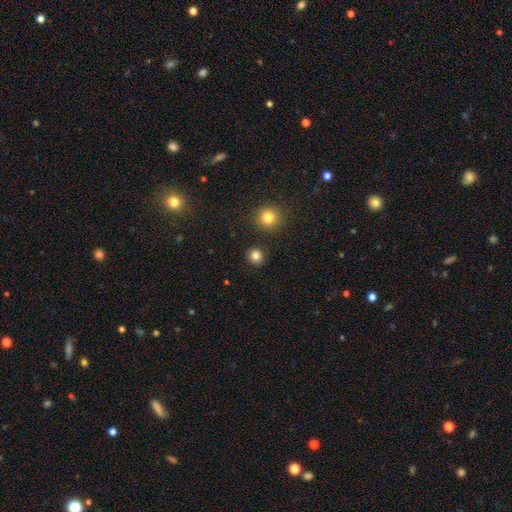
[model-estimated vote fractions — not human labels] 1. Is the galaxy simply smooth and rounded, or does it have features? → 82% smooth, 13% star or artifact, 5% featured or disk.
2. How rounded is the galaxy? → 88% round, 11% in between, 1% cigar-shaped.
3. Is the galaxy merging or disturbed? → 90% none, 5% minor disturbance, 2% merger, 2% major disturbance.